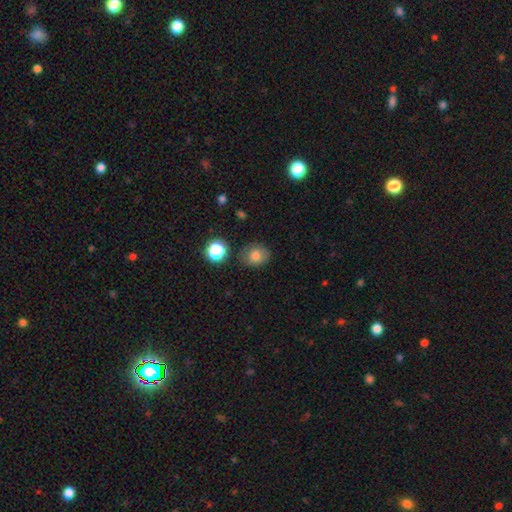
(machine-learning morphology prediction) A smooth galaxy with no disk features (76%) that is round (63%). Merging: none (80%).